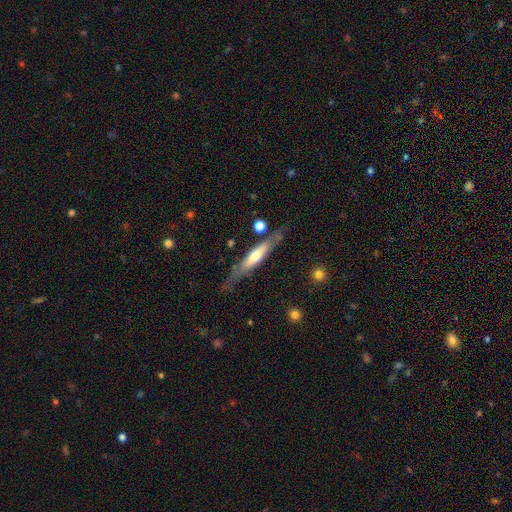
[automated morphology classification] A featured or disk galaxy (59%) viewed edge-on (90%) with a rounded central bulge (70%). Merging: none (74%).